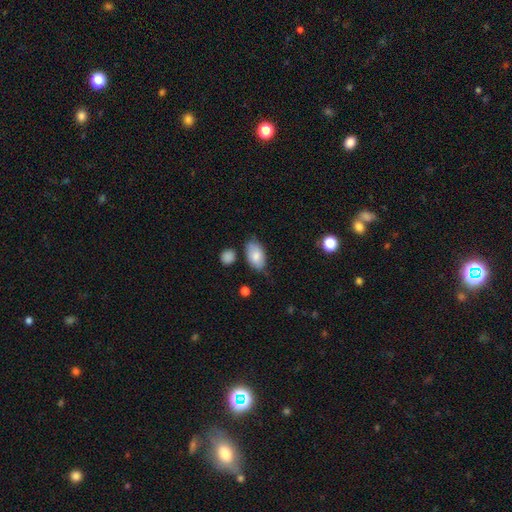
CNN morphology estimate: Smooth or featured? smooth (80%)
How rounded? in between (93%)
Merging? none (65%)